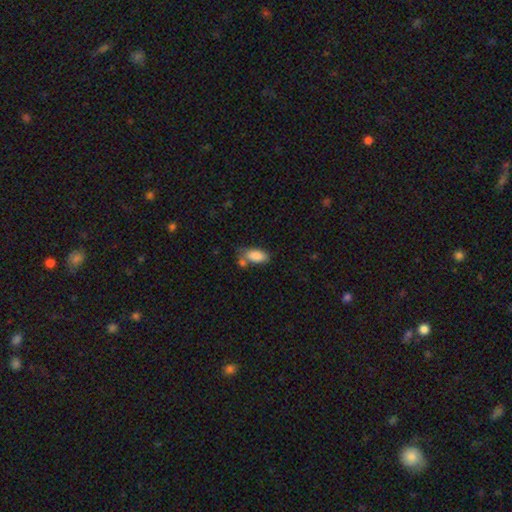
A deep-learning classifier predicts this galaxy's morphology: This appears to be a smooth galaxy with no disk features (85%) that is in between round and cigar-shaped (90%). Merging: none (51%).